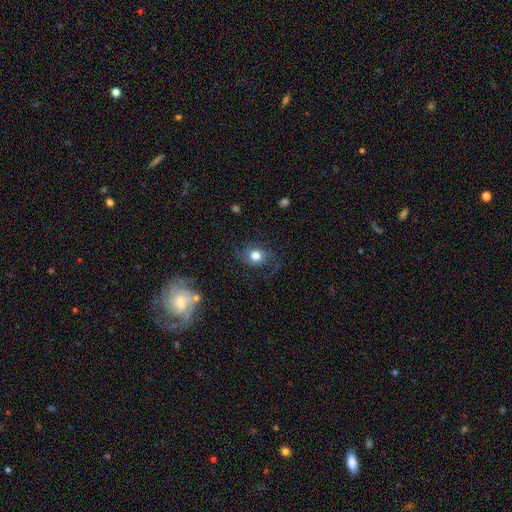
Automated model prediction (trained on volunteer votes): Smooth or featured? Predicted: smooth (p=0.57). How rounded? Predicted: round (p=0.65). Merging? Predicted: none (p=0.63).